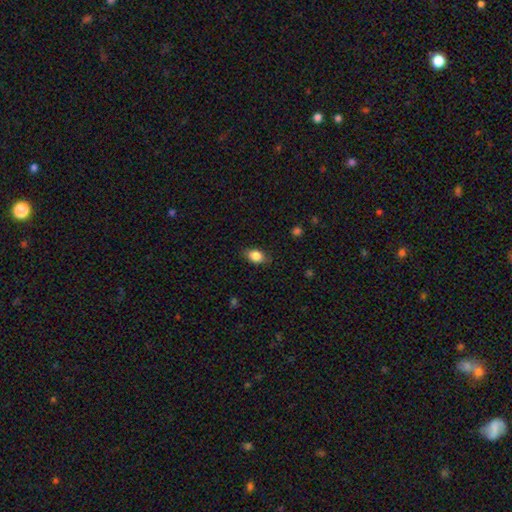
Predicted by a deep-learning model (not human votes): Morphology: type=smooth (85%); roundness=in between (80%); merging=none (82%).